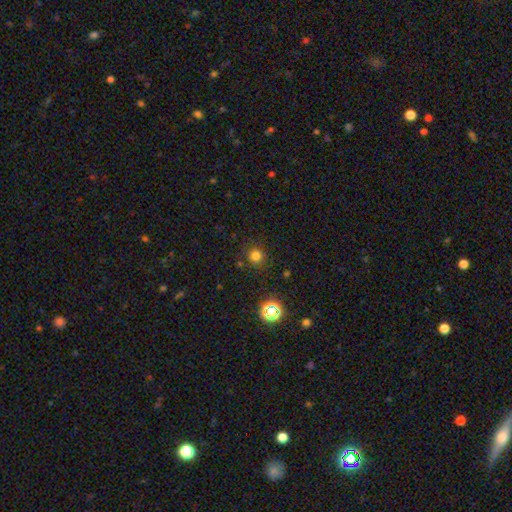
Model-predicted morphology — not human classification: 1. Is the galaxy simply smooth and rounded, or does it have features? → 76% smooth, 19% star or artifact, 5% featured or disk.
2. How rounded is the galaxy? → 91% round, 8% in between, 1% cigar-shaped.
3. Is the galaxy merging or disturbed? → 86% none, 9% minor disturbance, 3% major disturbance, 2% merger.